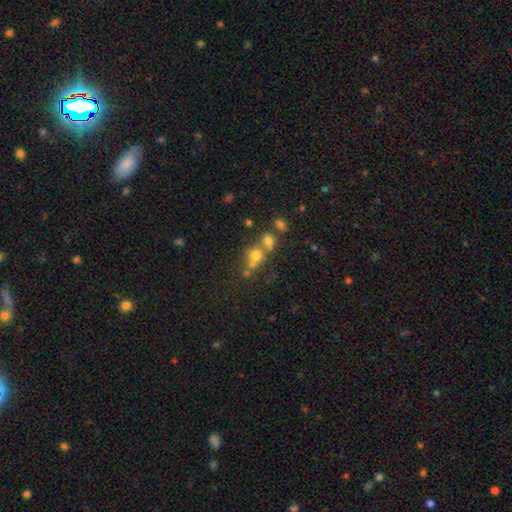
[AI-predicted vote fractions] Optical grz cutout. It shows a smooth galaxy with no disk features (62%) that is round (83%). Merging: merger (44%).